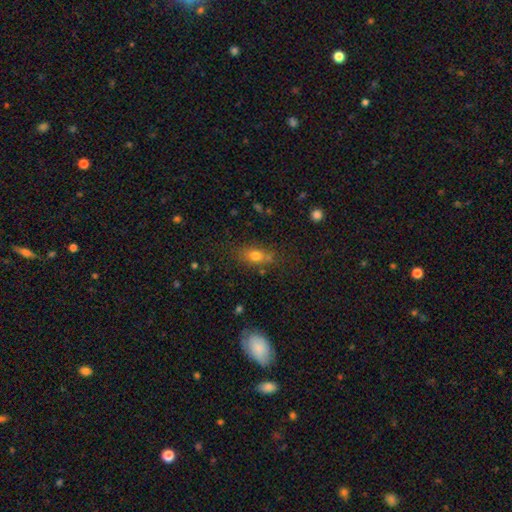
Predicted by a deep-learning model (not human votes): A smooth galaxy with no disk features (74%) that is in between round and cigar-shaped (66%).

Vote fractions:
- Smooth or featured? smooth: 74% / star or artifact: 14% / featured or disk: 13%
- How rounded? in between: 66% / round: 27% / cigar-shaped: 7%
- Merging? none: 66% / minor disturbance: 18% / merger: 10% / major disturbance: 6%